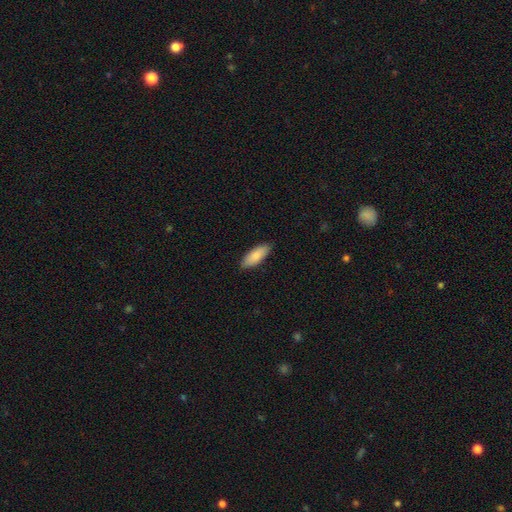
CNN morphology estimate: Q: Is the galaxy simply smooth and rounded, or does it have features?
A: smooth — 85%.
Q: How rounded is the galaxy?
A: in between — 75%.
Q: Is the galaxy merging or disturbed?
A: none — 87%.